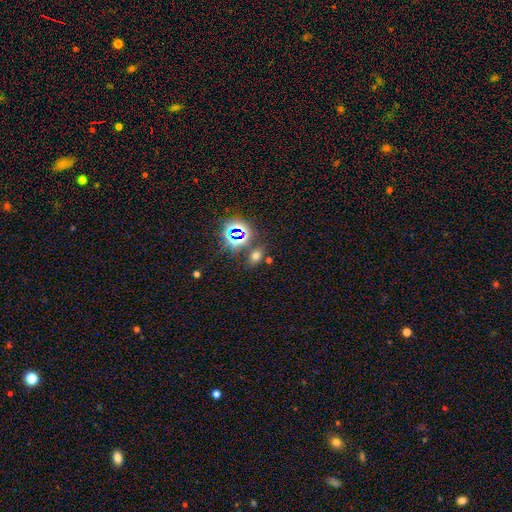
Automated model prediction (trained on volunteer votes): Morphology: type=smooth (58%); roundness=in between (74%); merging=none (76%).